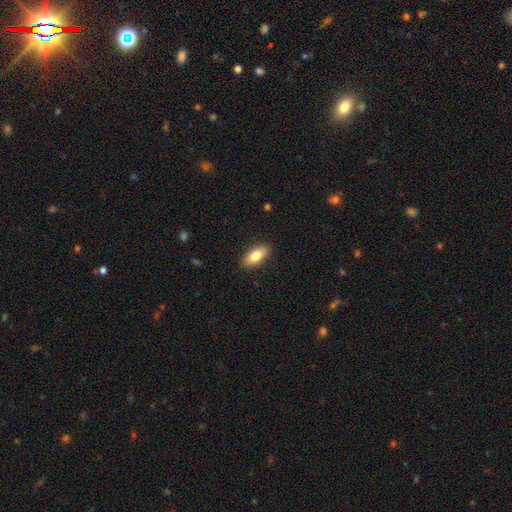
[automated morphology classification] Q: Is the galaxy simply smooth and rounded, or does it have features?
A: smooth — 80%.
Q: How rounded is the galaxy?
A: in between — 88%.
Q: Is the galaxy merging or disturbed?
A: none — 89%.